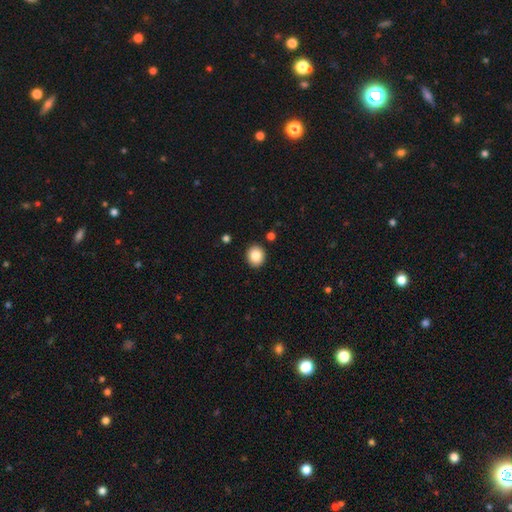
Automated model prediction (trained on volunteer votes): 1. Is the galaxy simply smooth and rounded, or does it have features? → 86% smooth, 9% star or artifact, 5% featured or disk.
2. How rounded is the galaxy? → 75% round, 24% in between, 1% cigar-shaped.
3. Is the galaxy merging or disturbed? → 90% none, 6% minor disturbance, 2% merger, 2% major disturbance.